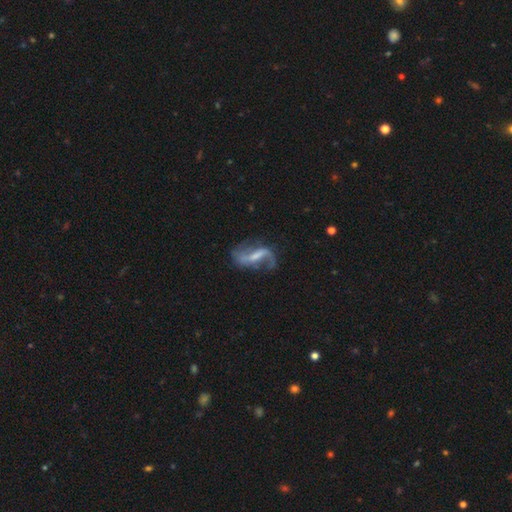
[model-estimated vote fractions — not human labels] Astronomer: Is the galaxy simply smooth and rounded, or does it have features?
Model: featured or disk — 84%.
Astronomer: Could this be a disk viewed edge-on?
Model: no — 94%.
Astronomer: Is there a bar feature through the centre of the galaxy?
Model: strong — 49% (runner-up: weak, 37%).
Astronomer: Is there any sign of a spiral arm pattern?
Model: yes — 92%.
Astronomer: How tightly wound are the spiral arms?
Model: loose — 73%.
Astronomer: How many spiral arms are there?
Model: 2 — 86%.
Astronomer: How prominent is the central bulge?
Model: none — 35% (runner-up: small, 33%).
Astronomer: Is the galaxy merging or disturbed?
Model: none — 62%.